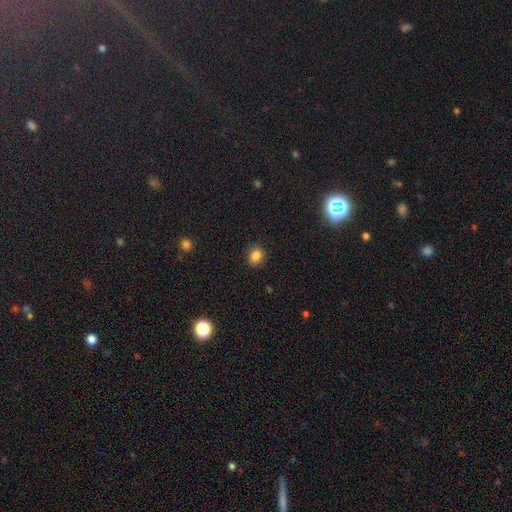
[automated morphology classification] A smooth galaxy with no disk features (85%) that is round (59%). Merging: none (87%).